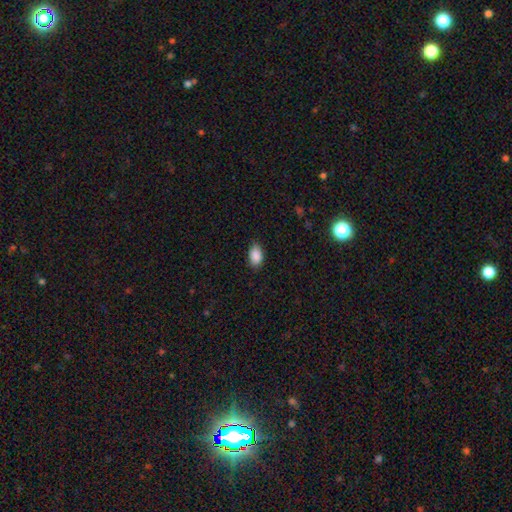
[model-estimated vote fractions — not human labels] Morphology: type=smooth (89%); roundness=in between (90%); merging=none (81%).